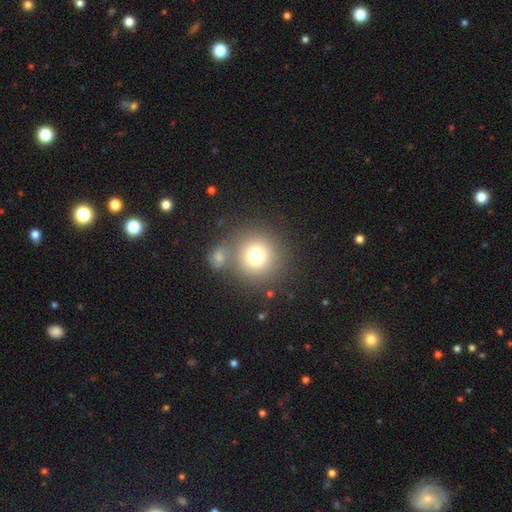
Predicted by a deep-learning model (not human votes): smooth 76%, star or artifact 13%, featured or disk 12%. Down the decision tree: how rounded — round (93%); merging — none (67%).